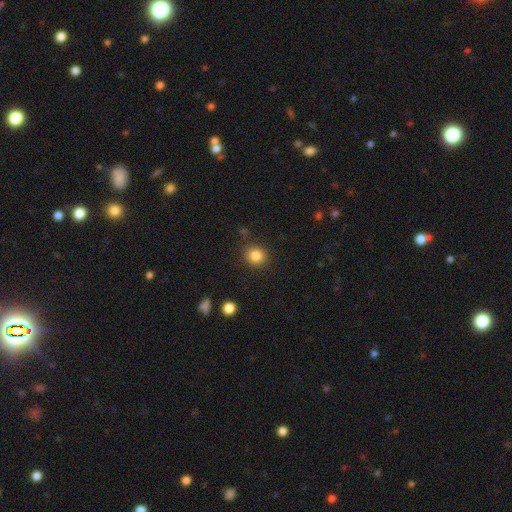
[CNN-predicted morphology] Smooth or featured? smooth (84%)
How rounded? round (87%)
Merging? none (88%)